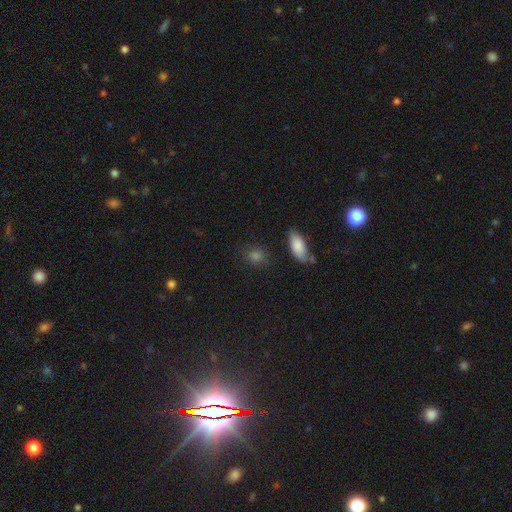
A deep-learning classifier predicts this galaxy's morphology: Q: Smooth or featured?
A: smooth (78%); runner-up: star or artifact (16%)
Q: How rounded?
A: round (56%); runner-up: in between (40%)
Q: Merging?
A: none (80%); runner-up: minor disturbance (13%)